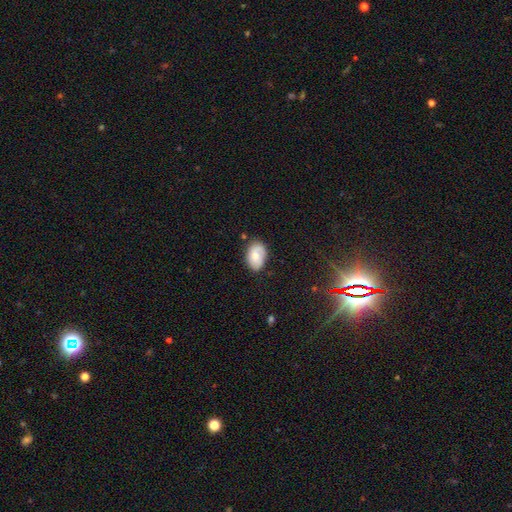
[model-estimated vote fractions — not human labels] smooth_or_featured: smooth (p=0.69) [alt: featured or disk p=0.23]
how_rounded: in between (p=0.87) [alt: round p=0.12]
merging: none (p=0.72) [alt: minor disturbance p=0.21]